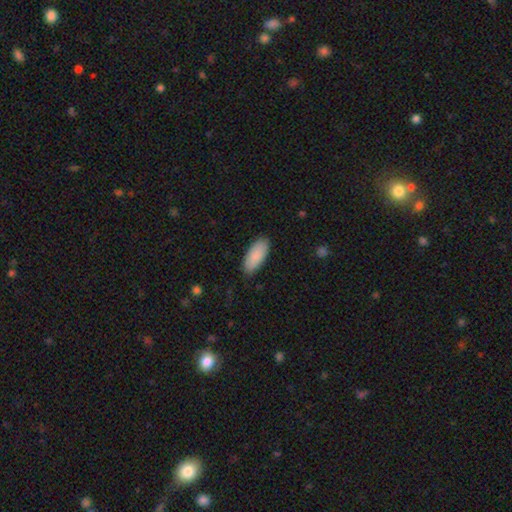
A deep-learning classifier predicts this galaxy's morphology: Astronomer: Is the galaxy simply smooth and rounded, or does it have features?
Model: smooth — 89%.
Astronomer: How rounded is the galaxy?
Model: in between — 88%.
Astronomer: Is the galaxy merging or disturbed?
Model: none — 86%.